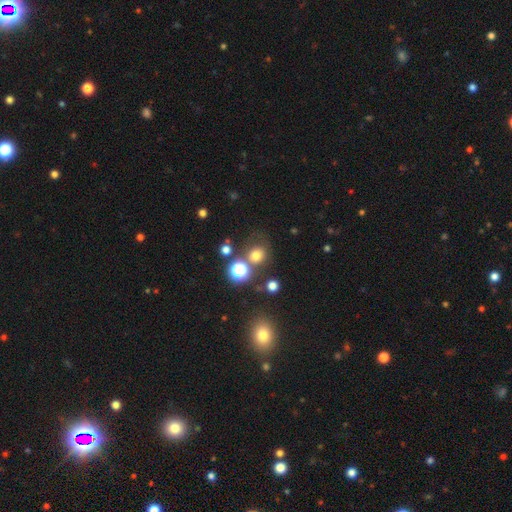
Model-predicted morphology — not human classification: Q: Smooth or featured?
A: smooth (68%); runner-up: star or artifact (23%)
Q: How rounded?
A: round (84%); runner-up: in between (15%)
Q: Merging?
A: none (65%); runner-up: merger (15%)